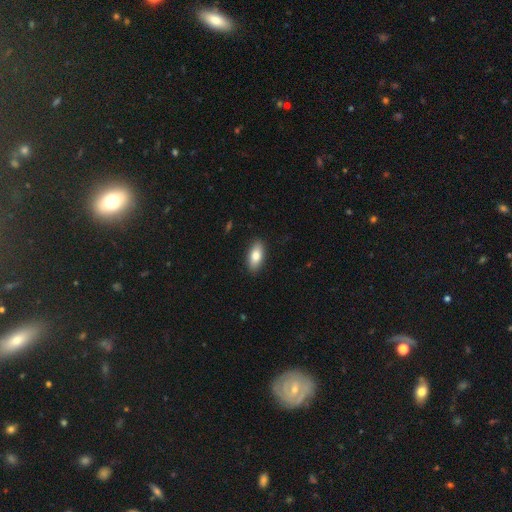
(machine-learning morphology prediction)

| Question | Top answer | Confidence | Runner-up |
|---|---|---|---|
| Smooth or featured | smooth | 81% | featured or disk (12%) |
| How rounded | in between | 88% | cigar-shaped (9%) |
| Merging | none | 89% | minor disturbance (8%) |